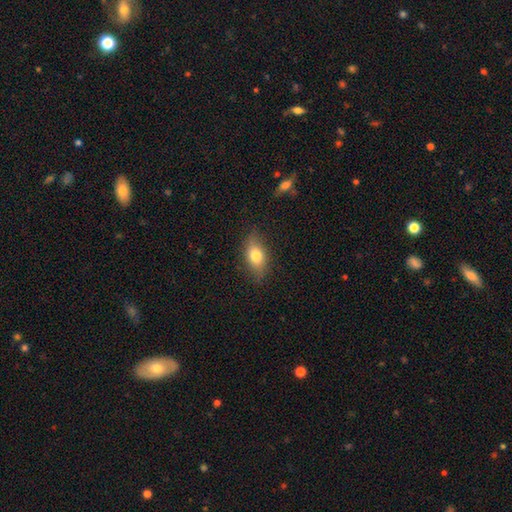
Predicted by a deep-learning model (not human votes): Smooth or featured: smooth — 75% (featured or disk — 16%)
How rounded: in between — 82% (round — 11%)
Merging: none — 80% (minor disturbance — 15%)